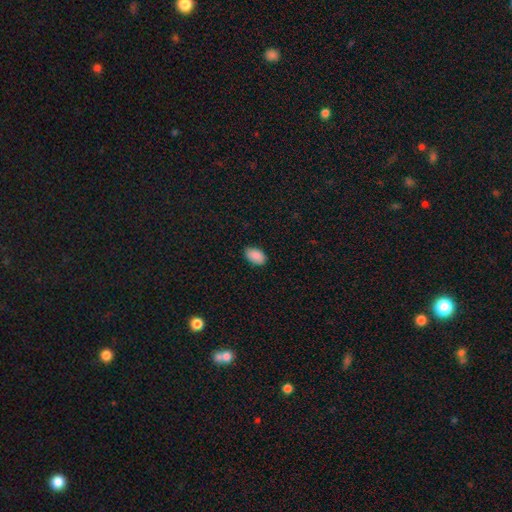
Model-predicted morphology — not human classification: smooth-or-featured: smooth: 89% | star or artifact: 7% | featured or disk: 4%
  how-rounded: in between: 93% | round: 6% | cigar-shaped: 1%
  merging: none: 85% | minor disturbance: 12% | major disturbance: 2% | merger: 1%